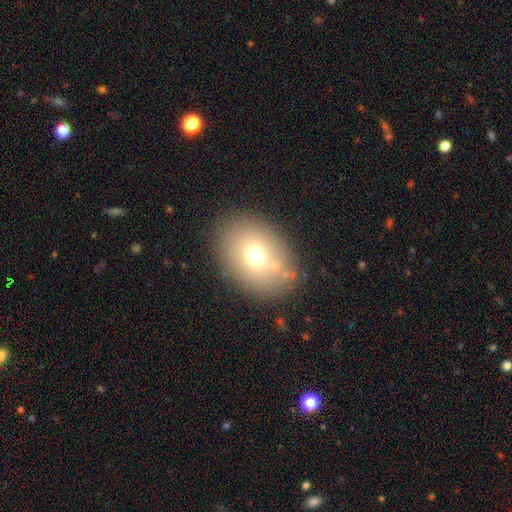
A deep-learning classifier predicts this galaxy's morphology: This appears to be a smooth galaxy with no disk features (67%) that is in between round and cigar-shaped (70%). Merging: none (80%).